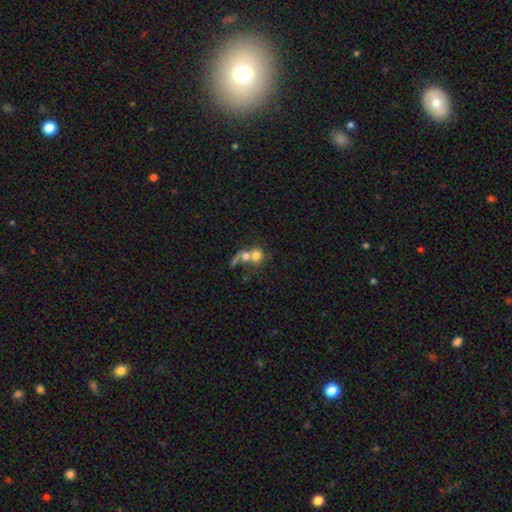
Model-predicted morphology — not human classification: The model was most divided on "merging": merger: 64%, none: 20%, major disturbance: 10%, minor disturbance: 6%. More confident: how rounded — round (75%); smooth or featured — smooth (68%).